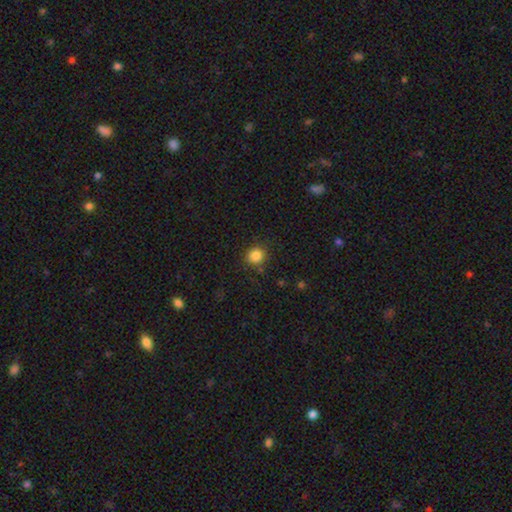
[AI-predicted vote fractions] This is clearly a smooth galaxy (84%). How rounded: clearly round (89%). Merging: clearly none (86%).